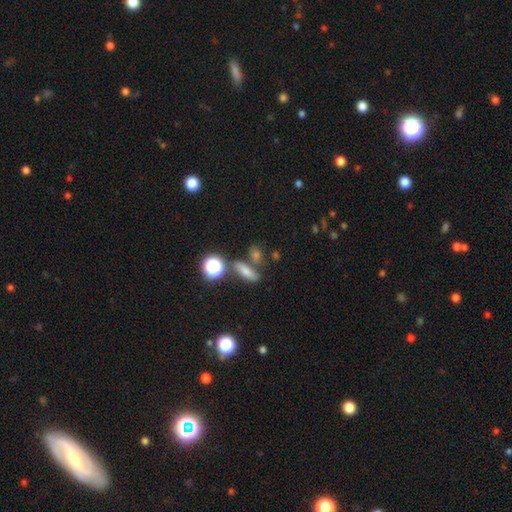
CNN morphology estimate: A smooth galaxy with no disk features (60%) that is in between round and cigar-shaped (45%).

Vote fractions:
- Smooth or featured? smooth: 60% / star or artifact: 25% / featured or disk: 15%
- How rounded? in between: 45% / cigar-shaped: 33% / round: 22%
- Merging? none: 66% / merger: 17% / minor disturbance: 12% / major disturbance: 5%